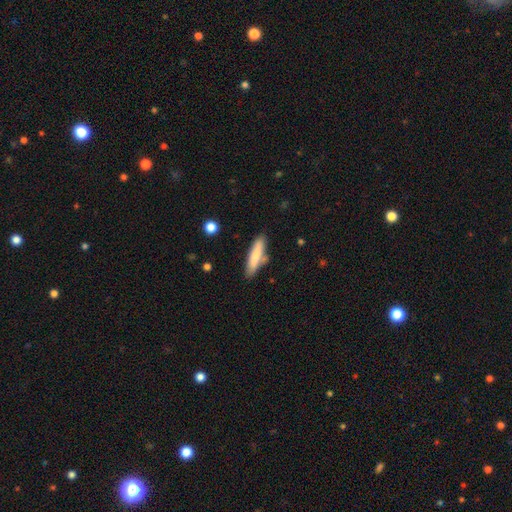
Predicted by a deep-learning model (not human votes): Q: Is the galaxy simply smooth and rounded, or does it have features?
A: smooth — 76%.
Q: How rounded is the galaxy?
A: cigar-shaped — 74%.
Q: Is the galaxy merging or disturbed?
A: none — 77%.